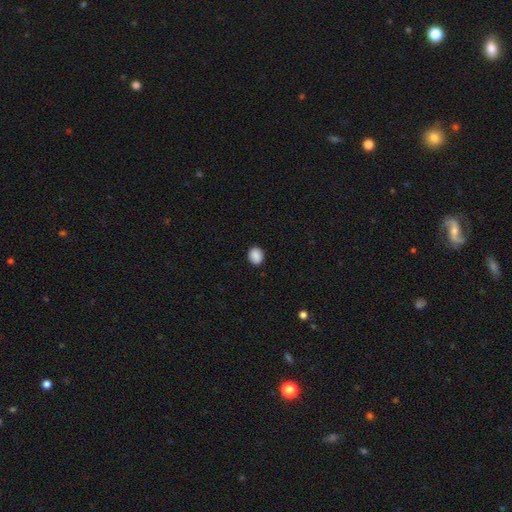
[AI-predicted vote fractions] A smooth galaxy with no disk features (89%) that is round (60%).

Vote fractions:
- Smooth or featured? smooth: 89% / star or artifact: 8% / featured or disk: 3%
- How rounded? round: 60% / in between: 39% / cigar-shaped: 1%
- Merging? none: 89% / minor disturbance: 8% / major disturbance: 2% / merger: 1%